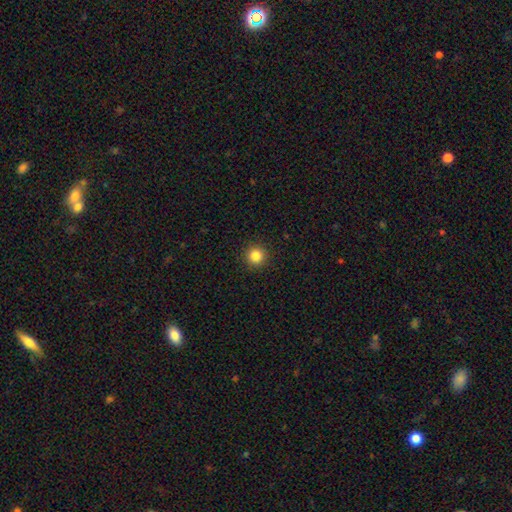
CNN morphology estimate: smooth-or-featured: smooth: 84% | star or artifact: 11% | featured or disk: 4%
  how-rounded: round: 96% | in between: 3% | cigar-shaped: 1%
  merging: none: 93% | minor disturbance: 4% | major disturbance: 2% | merger: 1%